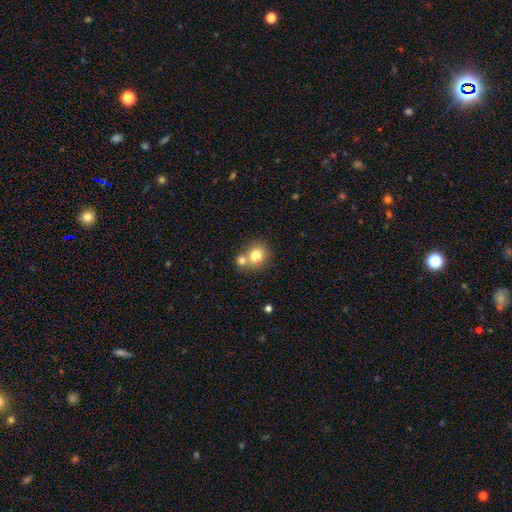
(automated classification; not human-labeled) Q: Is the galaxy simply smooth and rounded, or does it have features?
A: smooth — 76%.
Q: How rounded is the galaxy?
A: round — 77%.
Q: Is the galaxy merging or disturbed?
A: none — 47%.